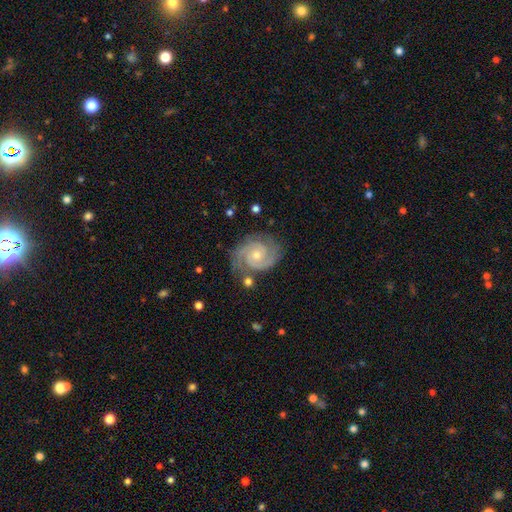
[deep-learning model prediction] The model was most divided on "bulge size": small: 56%, moderate: 40%, none: 2%, large: 1%, dominant: 1%. More confident: spiral arms — yes (98%); edge-on disk — no (98%); smooth or featured — featured or disk (89%); spiral arm count — 2 (82%); merging — none (78%); bar — no (67%); spiral winding — tight (61%).